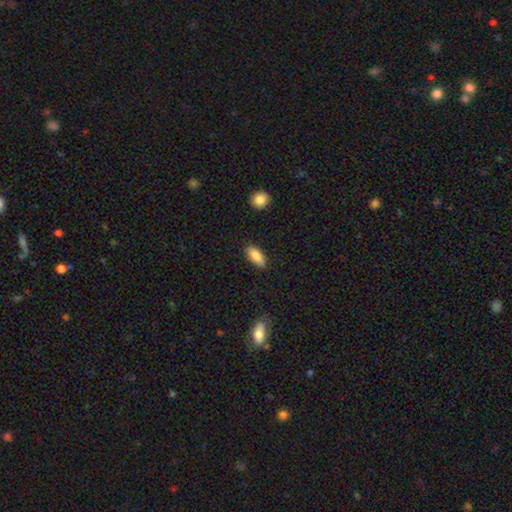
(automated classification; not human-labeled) This is clearly a smooth galaxy (83%). How rounded: clearly in between (83%). Merging: clearly none (86%).